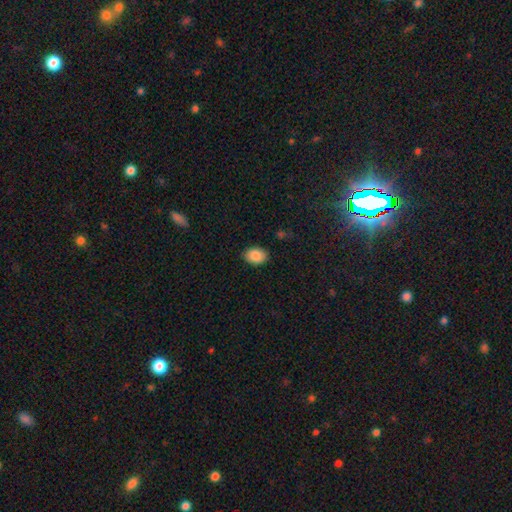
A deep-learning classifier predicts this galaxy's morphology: This appears to be a smooth galaxy with no disk features (87%) that is in between round and cigar-shaped (70%). Merging: none (86%).